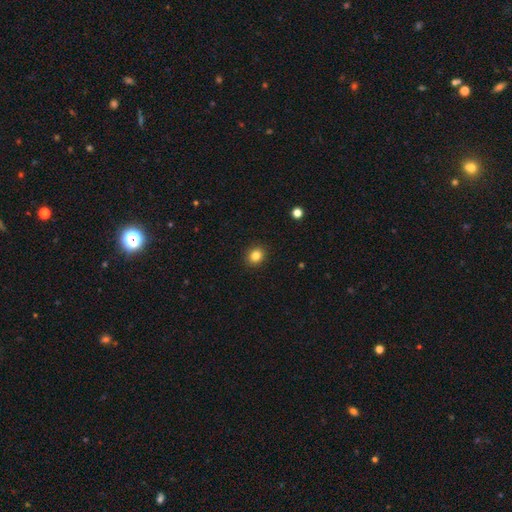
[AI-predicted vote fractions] smooth_or_featured: smooth (p=0.83) [alt: star or artifact p=0.11]
how_rounded: round (p=0.72) [alt: in between p=0.27]
merging: none (p=0.91) [alt: minor disturbance p=0.06]